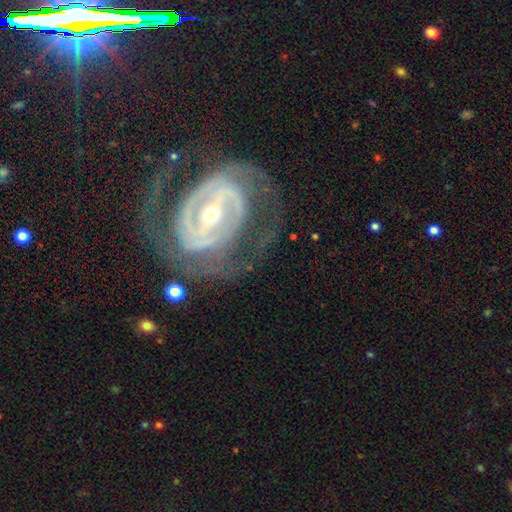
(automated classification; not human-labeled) This is clearly a featured or disk galaxy (84%). It is clearly not viewed edge-on (95%). Bar: possibly strong (51%). Spiral arm pattern: likely yes (79%). Spiral arm count: possibly 2 (55%). Spiral winding: possibly tight (56%). Central bulge: possibly small (54%). Merging: likely none (65%).